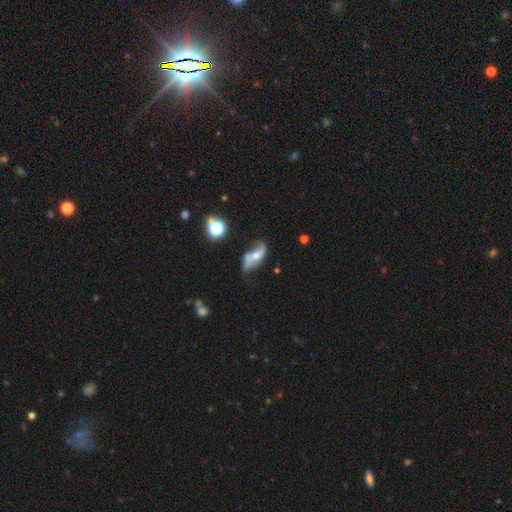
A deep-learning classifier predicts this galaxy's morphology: type=featured or disk (70%); edge-on=no (88%); bar=no (58%); spiral arms=yes (81%); bulge=moderate (48%); merging=none (45%).